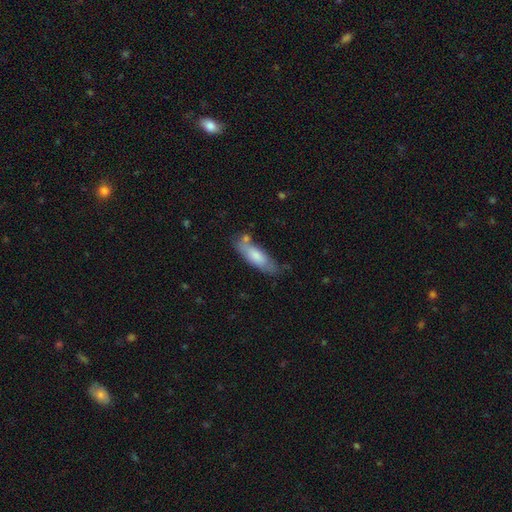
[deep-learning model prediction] smooth-or-featured: smooth: 75% | featured or disk: 20% | star or artifact: 6%
  how-rounded: in between: 51% | cigar-shaped: 47% | round: 2%
  merging: none: 59% | minor disturbance: 25% | merger: 9% | major disturbance: 6%